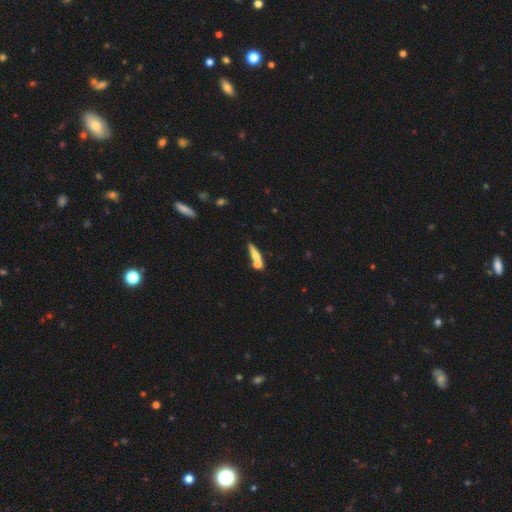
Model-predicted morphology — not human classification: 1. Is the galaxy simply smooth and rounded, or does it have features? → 59% smooth, 32% featured or disk, 9% star or artifact.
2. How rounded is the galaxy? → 73% cigar-shaped, 22% in between, 6% round.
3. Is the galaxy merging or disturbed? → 50% none, 33% merger, 12% minor disturbance, 5% major disturbance.